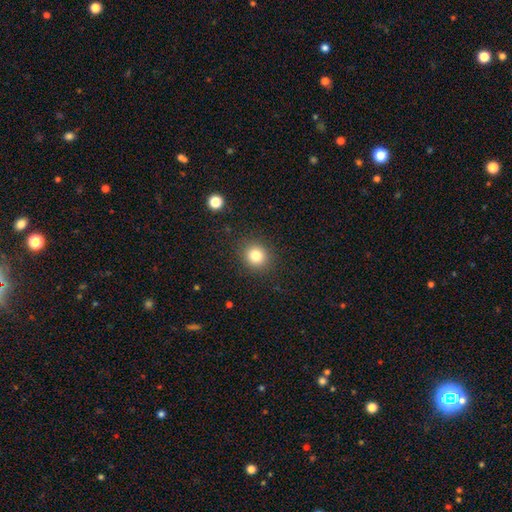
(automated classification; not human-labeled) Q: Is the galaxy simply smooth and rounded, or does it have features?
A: smooth — 81%.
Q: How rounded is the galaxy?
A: round — 84%.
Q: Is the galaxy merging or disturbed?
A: none — 89%.